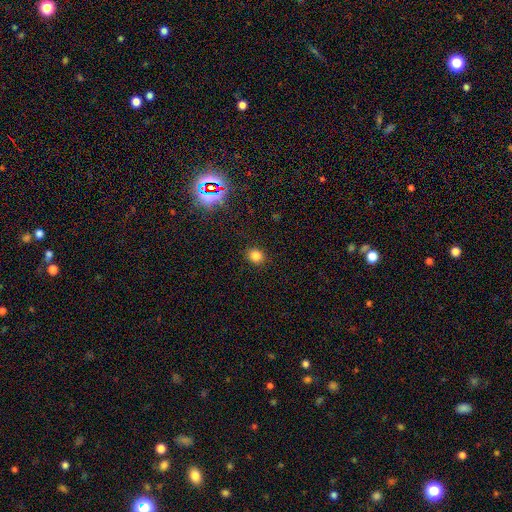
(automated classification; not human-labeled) Smooth or featured: smooth — 80% (star or artifact — 15%)
How rounded: round — 74% (in between — 25%)
Merging: none — 90% (minor disturbance — 7%)